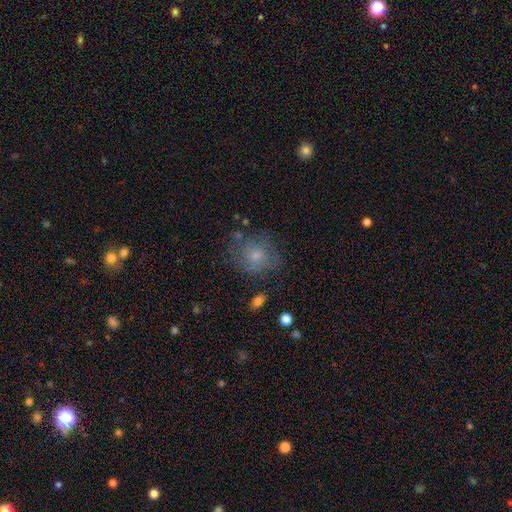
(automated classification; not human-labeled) Smooth or featured: smooth — 61% (featured or disk — 28%)
How rounded: round — 76% (in between — 23%)
Merging: none — 63% (minor disturbance — 22%)